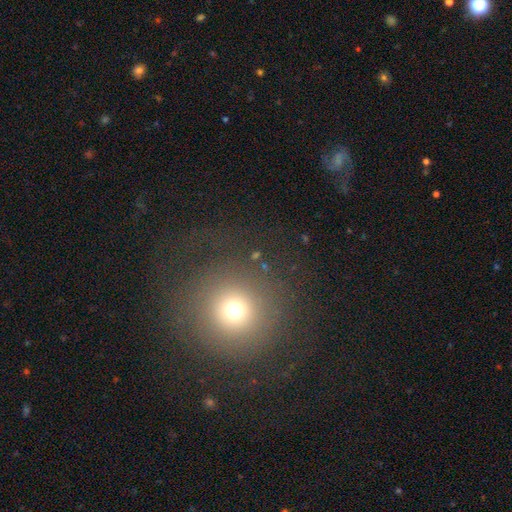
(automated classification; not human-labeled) This is likely a smooth galaxy (61%). How rounded: clearly round (92%). Merging: likely none (74%).